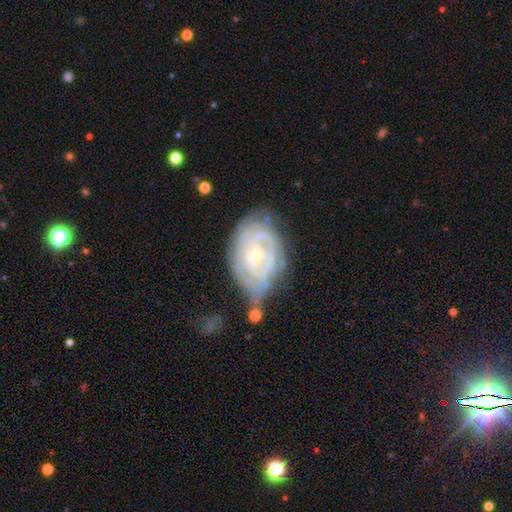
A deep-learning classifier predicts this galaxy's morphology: Smooth or featured? Predicted: featured or disk (p=0.83). Edge-on disk? Predicted: no (p=0.96). Bar? Predicted: no (p=0.55). Spiral arms? Predicted: yes (p=0.93). Spiral winding? Predicted: tight (p=0.77). Spiral arm count? Predicted: can't tell (p=0.42). Bulge size? Predicted: small (p=0.73). Merging? Predicted: none (p=0.47).